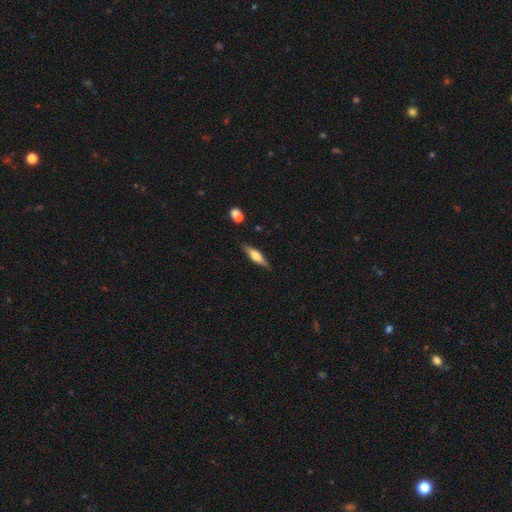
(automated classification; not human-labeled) The model was most divided on "smooth or featured": featured or disk: 51%, smooth: 43%, star or artifact: 6%. More confident: edge-on disk — yes (93%); merging — none (84%).